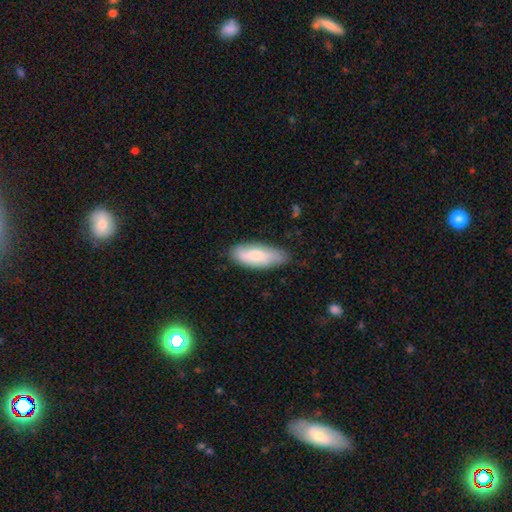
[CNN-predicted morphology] This appears to be a smooth galaxy with no disk features (72%) that is in between round and cigar-shaped (71%). Merging: none (76%).